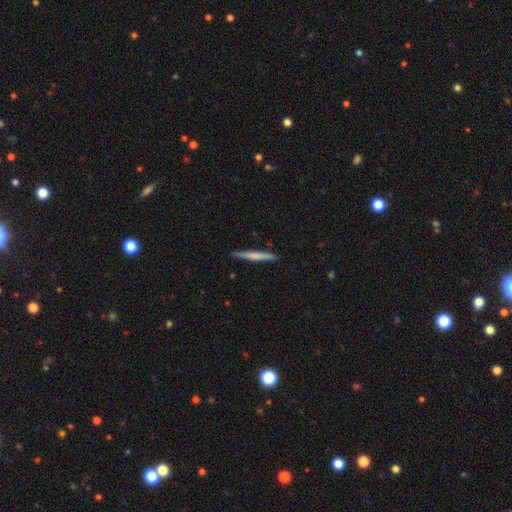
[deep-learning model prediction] A smooth galaxy with no disk features (59%) that is cigar-shaped (96%). Merging: none (89%).